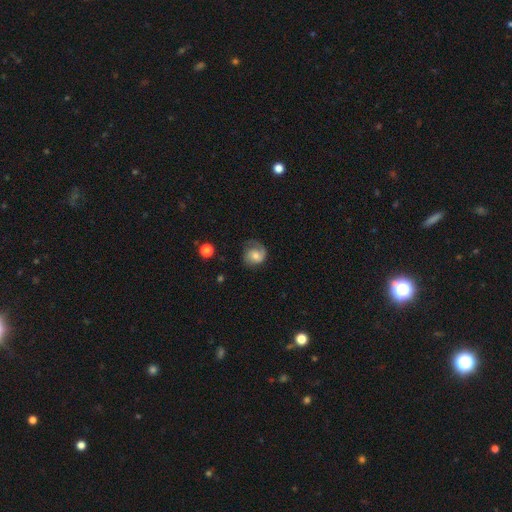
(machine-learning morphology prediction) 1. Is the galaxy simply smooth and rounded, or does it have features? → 54% featured or disk, 38% smooth, 8% star or artifact.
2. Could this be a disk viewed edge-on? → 97% no, 3% yes.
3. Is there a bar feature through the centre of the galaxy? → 70% no, 26% weak, 4% strong.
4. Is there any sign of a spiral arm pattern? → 87% yes, 13% no.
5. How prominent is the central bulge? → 54% moderate, 33% small, 8% large, 4% none, 2% dominant.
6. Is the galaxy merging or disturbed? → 58% none, 24% minor disturbance, 17% major disturbance, 2% merger.